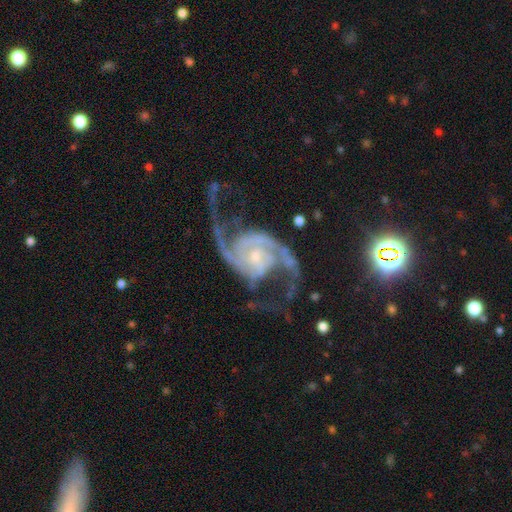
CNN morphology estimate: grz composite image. It shows a featured or disk galaxy (93%) with no bar (58%), 2 (89%) medium (52%) spiral arms (98%) and a small central bulge (69%). Merging: none (60%).